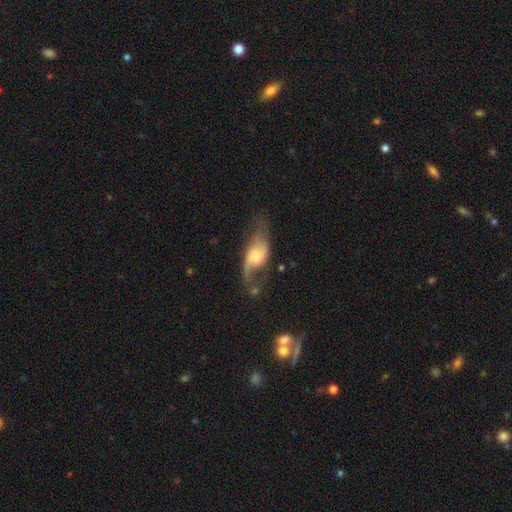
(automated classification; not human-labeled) Q: Smooth or featured?
A: featured or disk (68%); runner-up: smooth (25%)
Q: Edge-on disk?
A: no (92%); runner-up: yes (8%)
Q: Bar?
A: no (58%); runner-up: weak (35%)
Q: Spiral arms?
A: yes (89%); runner-up: no (11%)
Q: Spiral winding?
A: loose (75%); runner-up: medium (20%)
Q: Spiral arm count?
A: 2 (74%); runner-up: 1 (19%)
Q: Bulge size?
A: moderate (45%); runner-up: small (26%)
Q: Merging?
A: none (44%); runner-up: major disturbance (27%)